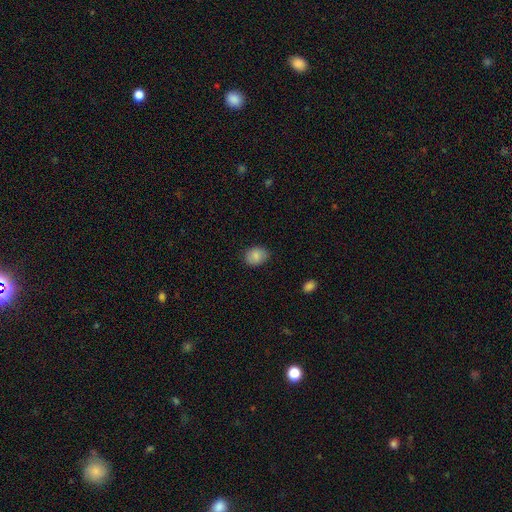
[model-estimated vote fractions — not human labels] Smooth or featured?
  - smooth: 85% *
  - star or artifact: 8%
  - featured or disk: 7%
How rounded?
  - in between: 56% *
  - round: 43%
  - cigar-shaped: 1%
Merging?
  - none: 83% *
  - minor disturbance: 13%
  - major disturbance: 3%
  - merger: 1%